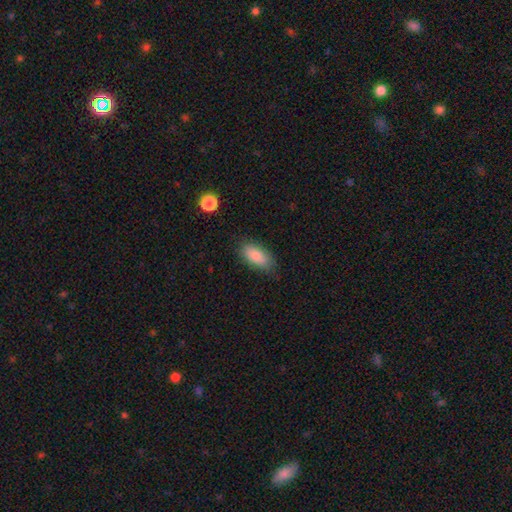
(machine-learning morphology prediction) smooth-or-featured: smooth: 81% | featured or disk: 12% | star or artifact: 7%
  how-rounded: in between: 87% | cigar-shaped: 10% | round: 3%
  merging: none: 81% | minor disturbance: 15% | major disturbance: 3% | merger: 1%